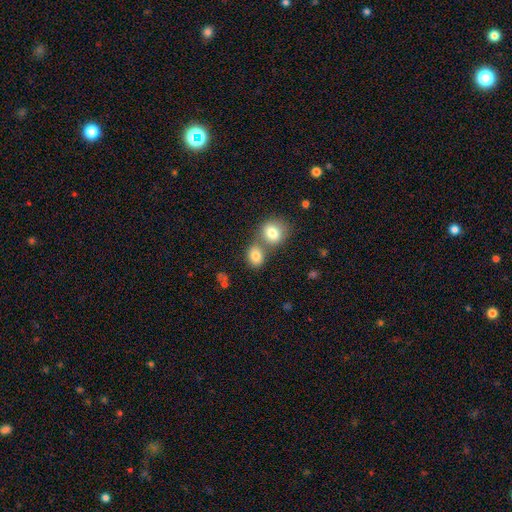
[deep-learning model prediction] The model was most divided on "merging" (2-way tie): none: 44%, merger: 44%, minor disturbance: 8%, major disturbance: 3%. More confident: smooth or featured — smooth (80%); how rounded — round (55%).